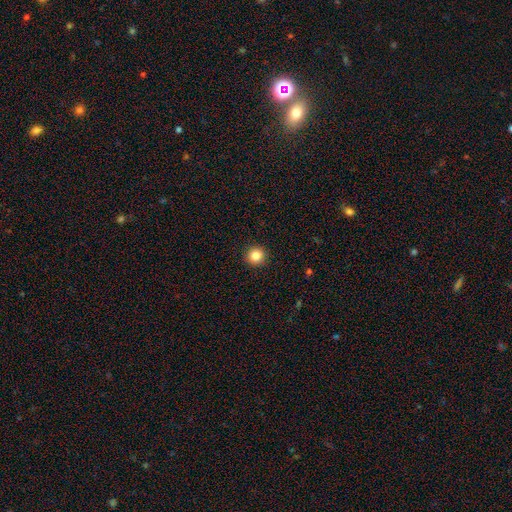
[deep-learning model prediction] smooth 85%, star or artifact 11%, featured or disk 4%. Down the decision tree: how rounded — round (93%); merging — none (93%).